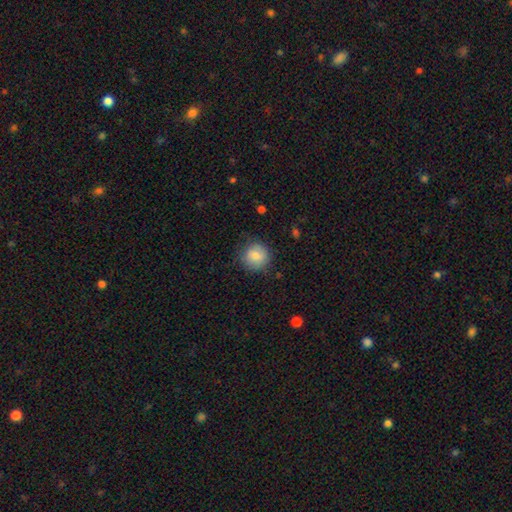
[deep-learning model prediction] A smooth galaxy with no disk features (82%) that is round (88%).

Vote fractions:
- Smooth or featured? smooth: 82% / featured or disk: 10% / star or artifact: 8%
- How rounded? round: 88% / in between: 11% / cigar-shaped: 1%
- Merging? none: 80% / minor disturbance: 15% / major disturbance: 4% / merger: 1%